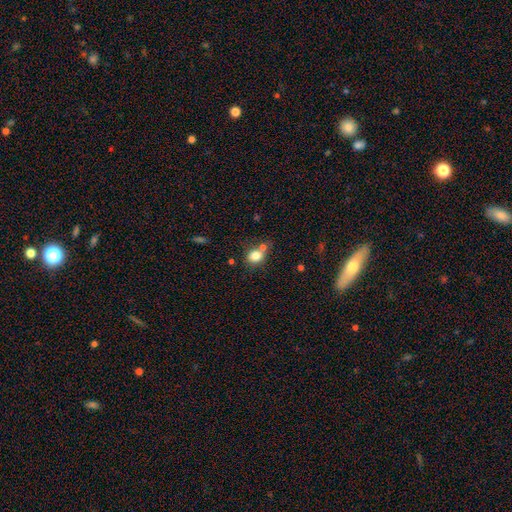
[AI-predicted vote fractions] smooth-or-featured: smooth: 80% | star or artifact: 11% | featured or disk: 9%
  how-rounded: round: 71% | in between: 28% | cigar-shaped: 1%
  merging: none: 53% | merger: 30% | minor disturbance: 12% | major disturbance: 5%